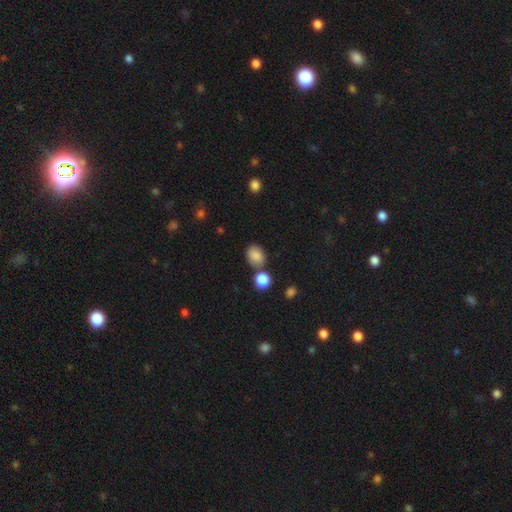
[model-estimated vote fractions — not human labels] Q: Smooth or featured?
A: smooth (84%); runner-up: star or artifact (10%)
Q: How rounded?
A: in between (58%); runner-up: round (41%)
Q: Merging?
A: none (69%); runner-up: merger (13%)